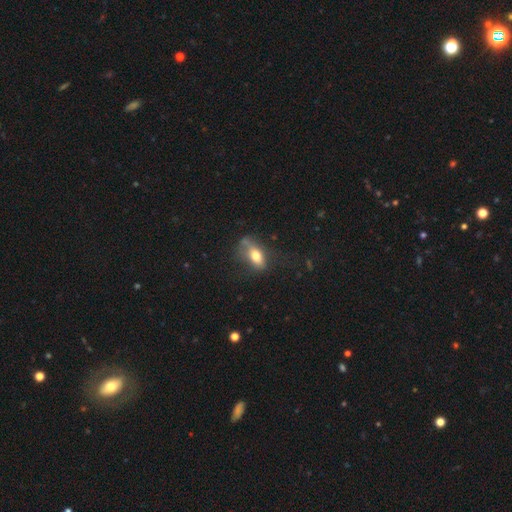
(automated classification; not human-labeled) A smooth galaxy with no disk features (69%) that is in between round and cigar-shaped (82%). Merging: none (45%).